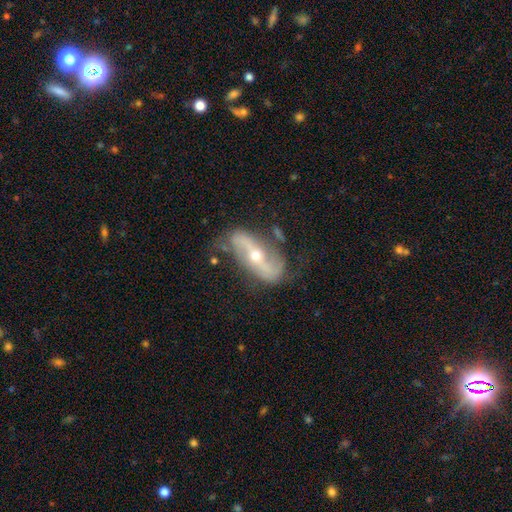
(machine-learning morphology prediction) The model was most divided on "bulge size": small: 51%, moderate: 46%, large: 1%, dominant: 1%, none: 1%. Remaining: edge-on disk — no (91%); spiral arm count — 2 (90%); spiral arms — yes (90%); smooth or featured — featured or disk (84%); merging — none (64%); spiral winding — loose (64%); bar — strong (43%).